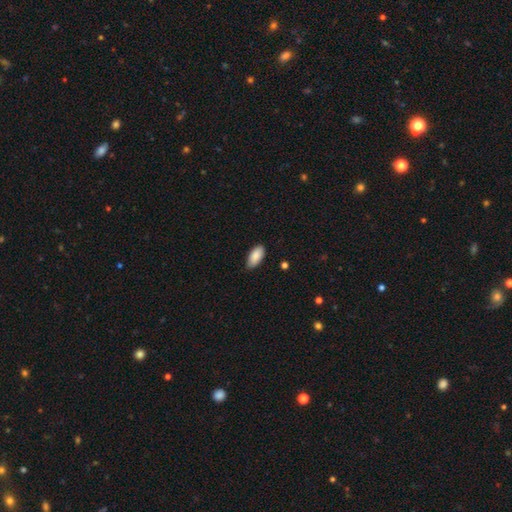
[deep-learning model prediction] This is clearly a smooth galaxy (88%). How rounded: clearly in between (94%). Merging: clearly none (80%).